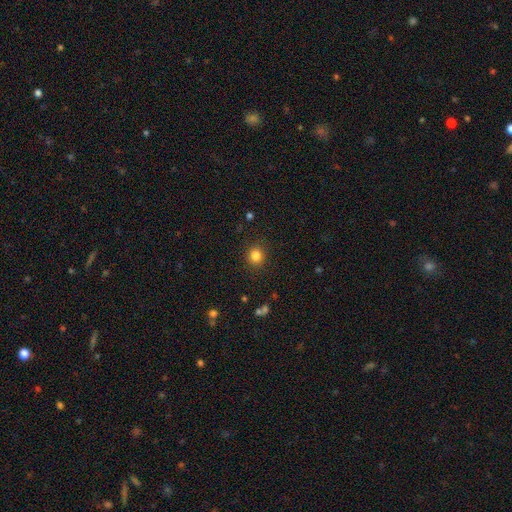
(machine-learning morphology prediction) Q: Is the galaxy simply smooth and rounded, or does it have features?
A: smooth — 83%.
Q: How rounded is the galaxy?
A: round — 86%.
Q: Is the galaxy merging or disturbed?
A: none — 89%.